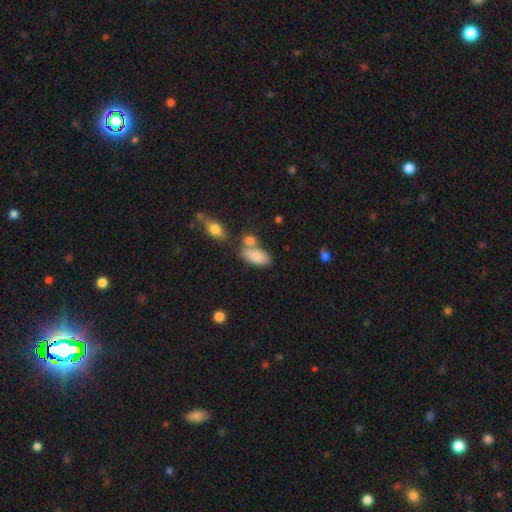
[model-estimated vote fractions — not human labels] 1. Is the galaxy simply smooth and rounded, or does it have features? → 82% smooth, 10% featured or disk, 8% star or artifact.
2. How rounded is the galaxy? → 88% in between, 8% cigar-shaped, 4% round.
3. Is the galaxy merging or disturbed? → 44% none, 34% merger, 16% minor disturbance, 6% major disturbance.